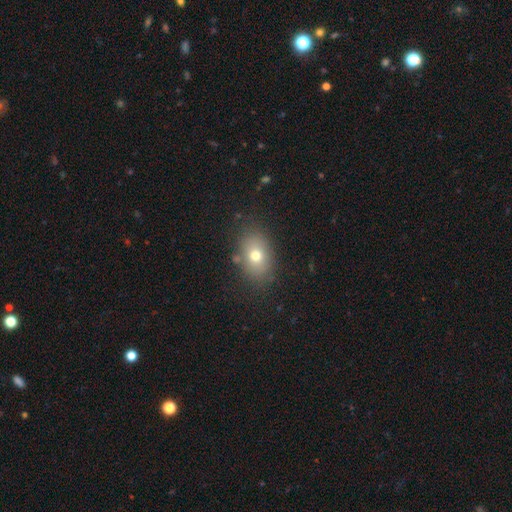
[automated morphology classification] The model was most divided on "how rounded": in between: 76%, round: 23%, cigar-shaped: 1%. More confident: merging — none (81%); smooth or featured — smooth (72%).